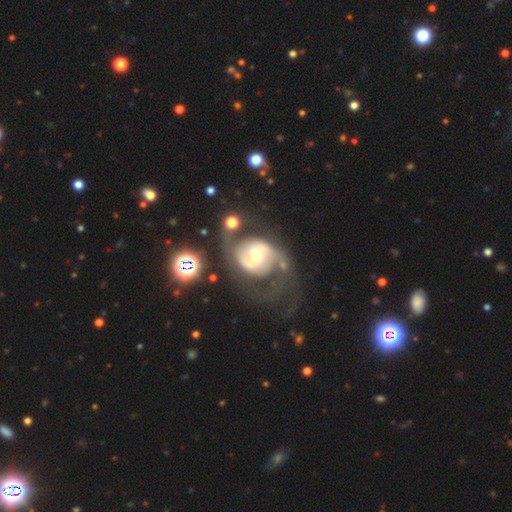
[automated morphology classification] Smooth or featured?
  - featured or disk: 79% *
  - smooth: 15%
  - star or artifact: 7%
Edge-on disk?
  - no: 97% *
  - yes: 3%
Bar?
  - no: 50% *
  - weak: 33%
  - strong: 17%
Spiral arms?
  - yes: 84% *
  - no: 16%
Spiral winding?
  - medium: 44% *
  - loose: 37%
  - tight: 19%
Spiral arm count?
  - 2: 82% *
  - can't tell: 8%
  - 1: 6%
  - 3: 2%
  - 4: 1%
  - more than 4: 1%
Bulge size?
  - moderate: 67% *
  - small: 19%
  - large: 11%
  - dominant: 2%
  - none: 1%
Merging?
  - none: 49% *
  - major disturbance: 26%
  - minor disturbance: 16%
  - merger: 9%